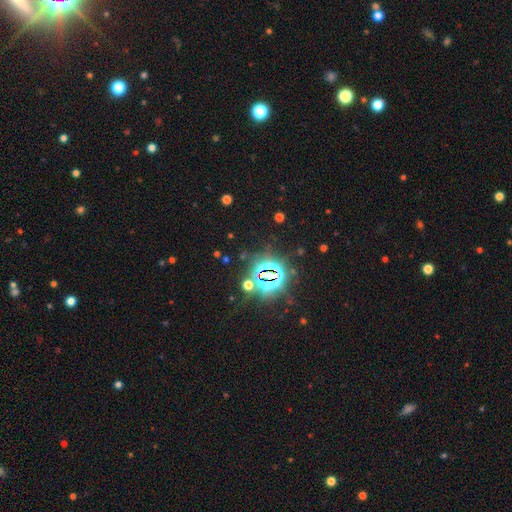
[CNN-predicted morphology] Smooth or featured?
  - star or artifact: 84% *
  - smooth: 9%
  - featured or disk: 7%